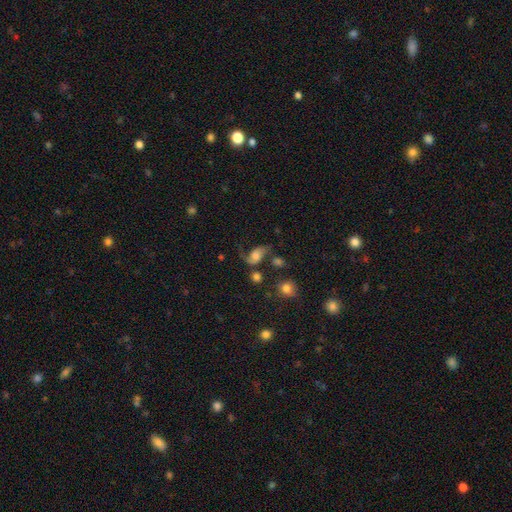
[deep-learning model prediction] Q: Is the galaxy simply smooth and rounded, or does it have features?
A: featured or disk — 55%.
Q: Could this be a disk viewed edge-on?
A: no — 95%.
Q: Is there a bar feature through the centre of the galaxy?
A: no — 64%.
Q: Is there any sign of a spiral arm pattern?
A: yes — 88%.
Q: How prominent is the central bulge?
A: moderate — 31%.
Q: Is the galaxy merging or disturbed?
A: none — 43%.